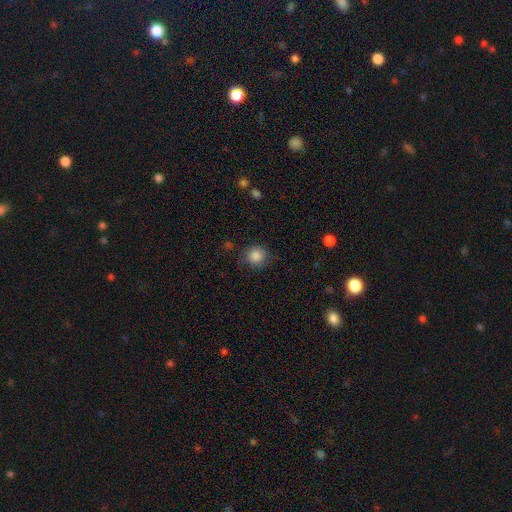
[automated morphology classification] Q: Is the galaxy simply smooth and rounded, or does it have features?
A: smooth — 86%.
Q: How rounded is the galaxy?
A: round — 90%.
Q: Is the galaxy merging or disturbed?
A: none — 81%.